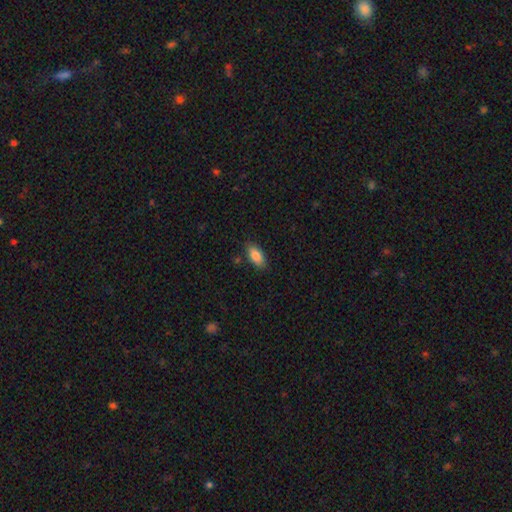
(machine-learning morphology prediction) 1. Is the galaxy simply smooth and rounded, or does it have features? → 88% smooth, 7% star or artifact, 5% featured or disk.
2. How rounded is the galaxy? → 91% in between, 7% cigar-shaped, 3% round.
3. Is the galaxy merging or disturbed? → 84% none, 12% minor disturbance, 3% major disturbance, 2% merger.